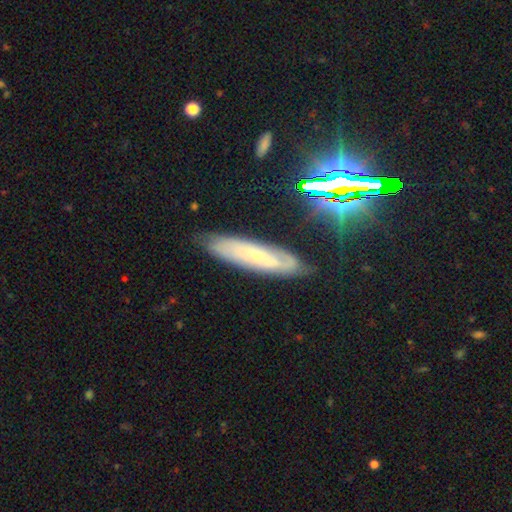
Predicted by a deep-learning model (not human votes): A featured or disk galaxy (55%).

Vote fractions:
- Smooth or featured? featured or disk: 55% / smooth: 31% / star or artifact: 13%
- Edge-on disk? no: 59% / yes: 41%
- Merging? none: 78% / minor disturbance: 16% / major disturbance: 4% / merger: 2%